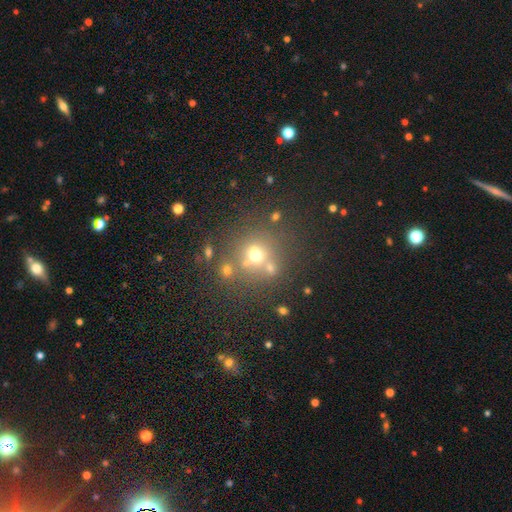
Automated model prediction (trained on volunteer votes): Overall: smooth (59%; star or artifact 24%). How rounded: round (80%). Merging: none (61%).